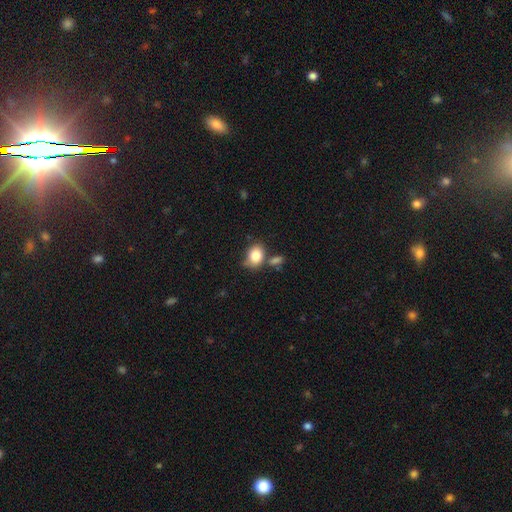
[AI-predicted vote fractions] A smooth galaxy with no disk features (83%) that is in between round and cigar-shaped (62%). Merging: none (54%).